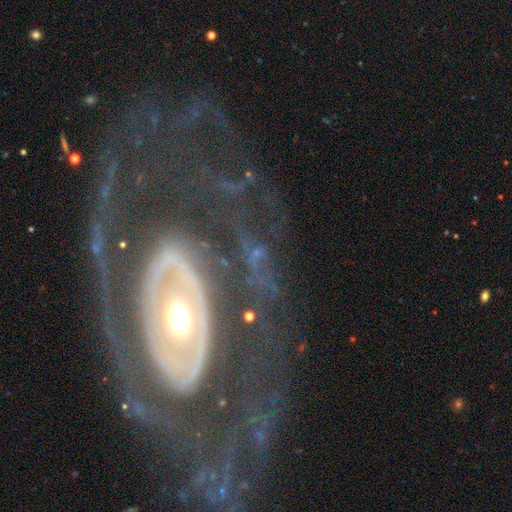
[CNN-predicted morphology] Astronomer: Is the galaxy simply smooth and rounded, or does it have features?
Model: featured or disk — 78%.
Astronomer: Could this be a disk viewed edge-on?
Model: no — 88%.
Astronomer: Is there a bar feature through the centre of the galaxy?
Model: no — 69%.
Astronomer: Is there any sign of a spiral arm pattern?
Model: yes — 68%.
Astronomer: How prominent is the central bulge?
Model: moderate — 69%.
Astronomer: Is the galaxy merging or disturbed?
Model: none — 63%.